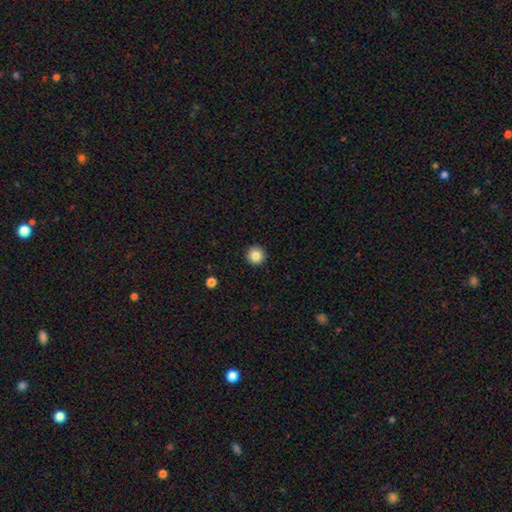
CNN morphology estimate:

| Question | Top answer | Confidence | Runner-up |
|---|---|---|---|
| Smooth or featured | smooth | 84% | star or artifact (10%) |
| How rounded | round | 96% | in between (3%) |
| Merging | none | 93% | minor disturbance (4%) |